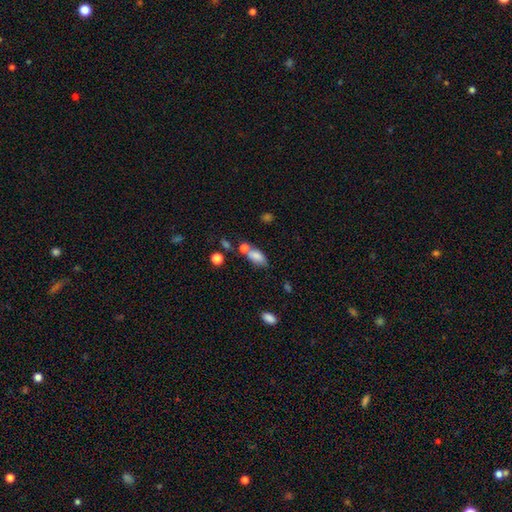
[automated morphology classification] Overall: smooth (80%). How rounded: in between (85%). Merging: none (46%; merger 28%).